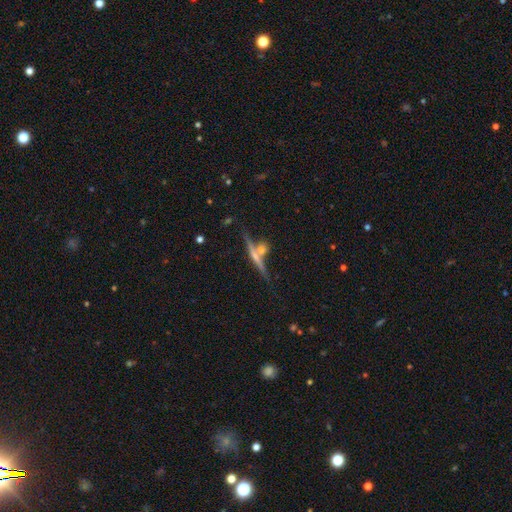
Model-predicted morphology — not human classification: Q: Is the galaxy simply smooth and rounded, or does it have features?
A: featured or disk — 57%.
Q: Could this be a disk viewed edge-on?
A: yes — 92%.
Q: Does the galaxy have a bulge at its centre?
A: none — 51%.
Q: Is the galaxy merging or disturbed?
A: none — 59%.